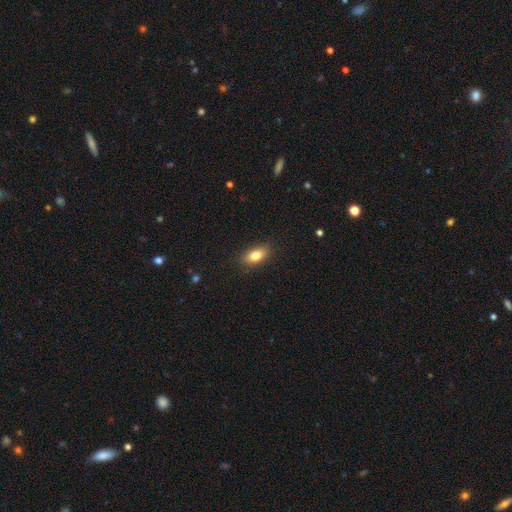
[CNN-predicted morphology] The model was most divided on "smooth or featured": smooth: 80%, featured or disk: 11%, star or artifact: 8%. More confident: merging — none (86%); how rounded — in between (85%).